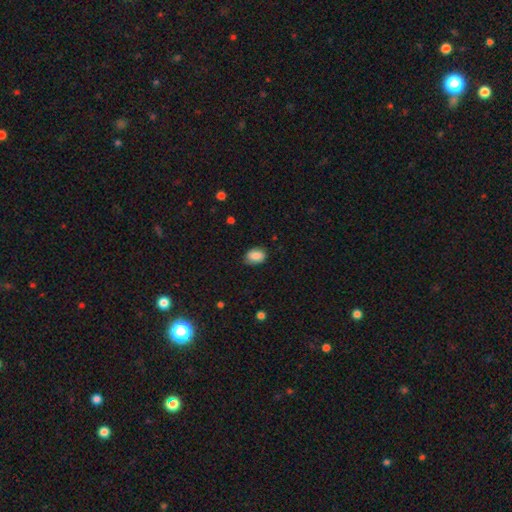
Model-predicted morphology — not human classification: Smooth or featured: smooth — 82% (featured or disk — 10%)
How rounded: in between — 77% (round — 22%)
Merging: none — 74% (minor disturbance — 21%)